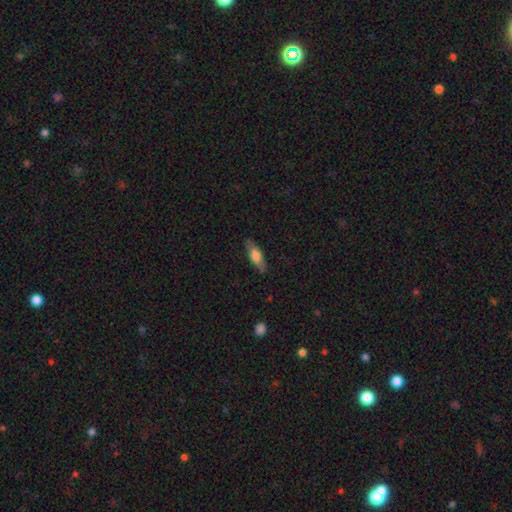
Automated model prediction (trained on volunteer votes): This appears to be a smooth galaxy with no disk features (63%) that is in between round and cigar-shaped (59%). Merging: none (82%).